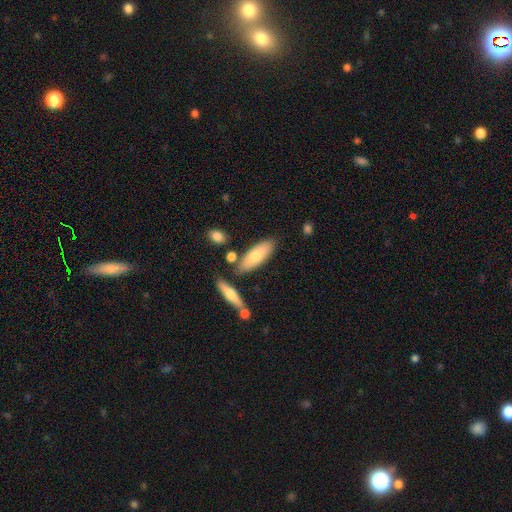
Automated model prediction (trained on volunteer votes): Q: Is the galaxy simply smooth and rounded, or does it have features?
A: smooth — 71%.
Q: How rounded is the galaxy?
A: in between — 63%.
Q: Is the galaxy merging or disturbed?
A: none — 73%.